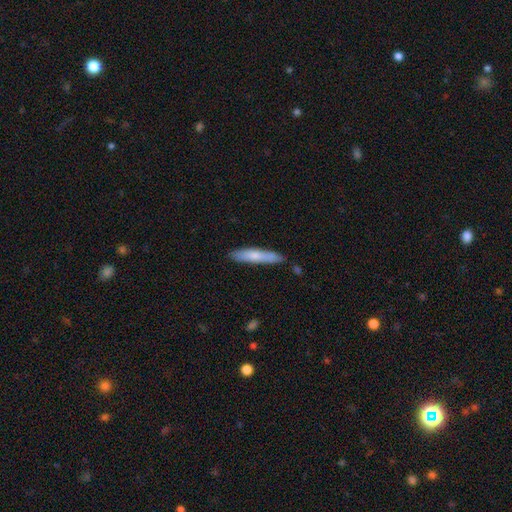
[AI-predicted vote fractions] Q: Smooth or featured?
A: smooth (69%); runner-up: featured or disk (25%)
Q: How rounded?
A: cigar-shaped (89%); runner-up: in between (10%)
Q: Merging?
A: none (82%); runner-up: minor disturbance (13%)